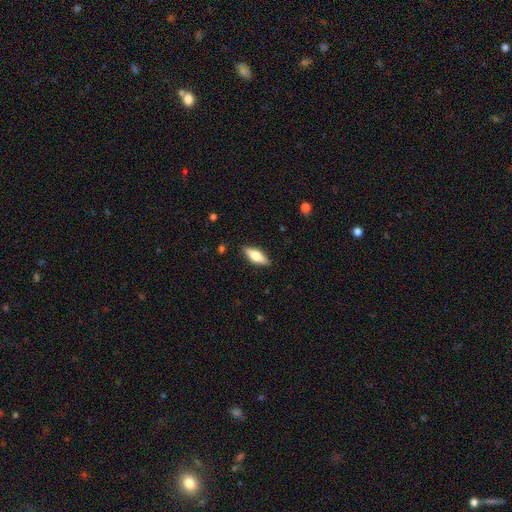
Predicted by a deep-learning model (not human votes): Overall: smooth (56%; featured or disk 37%). How rounded: in between (62%; cigar-shaped 35%). Merging: none (88%).